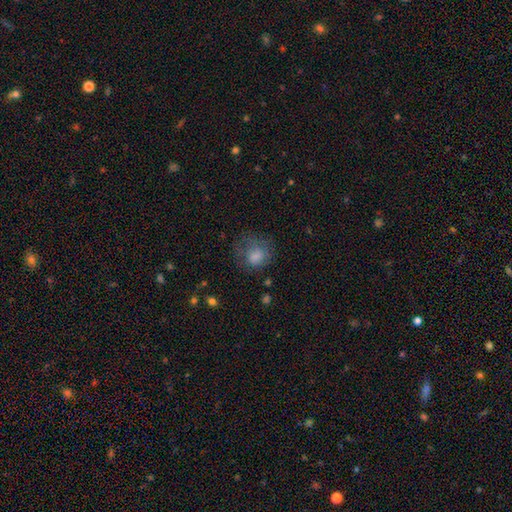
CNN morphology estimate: This appears to be a smooth galaxy with no disk features (75%) that is round (70%). Merging: none (50%).